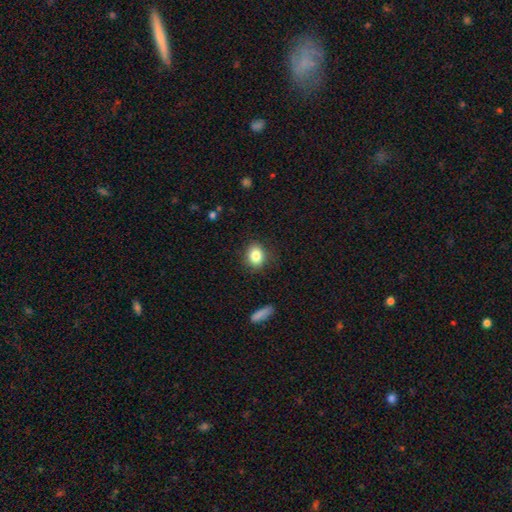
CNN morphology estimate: Smooth or featured? smooth (84%)
How rounded? round (52%)
Merging? none (85%)